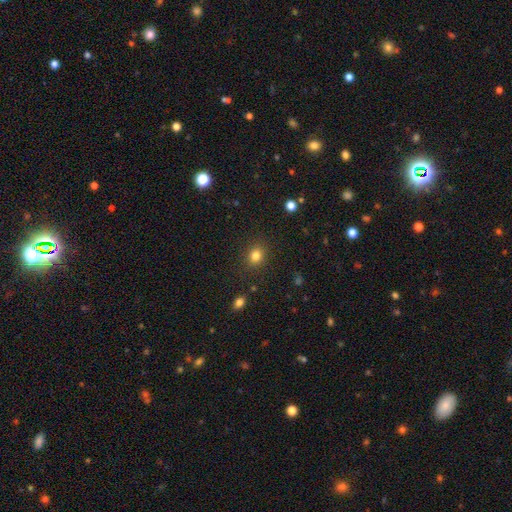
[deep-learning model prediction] A smooth galaxy with no disk features (82%) that is round (66%). Merging: none (88%).